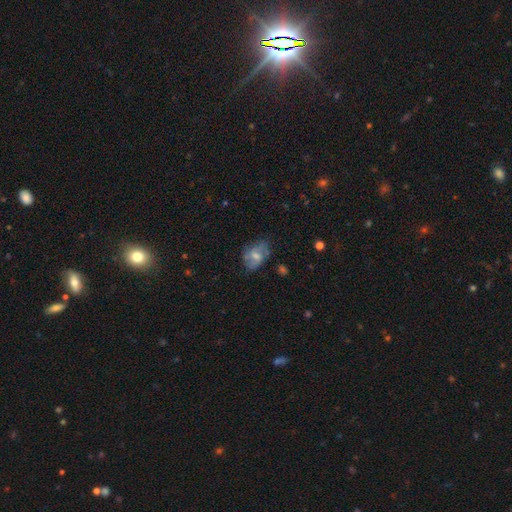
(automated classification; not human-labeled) This is possibly a smooth galaxy (48%). Merging: possibly none (57%).